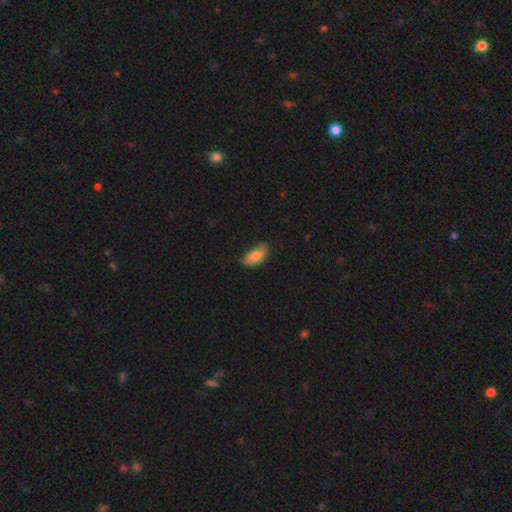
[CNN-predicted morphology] This appears to be a smooth galaxy with no disk features (79%) that is in between round and cigar-shaped (91%). Merging: none (61%).